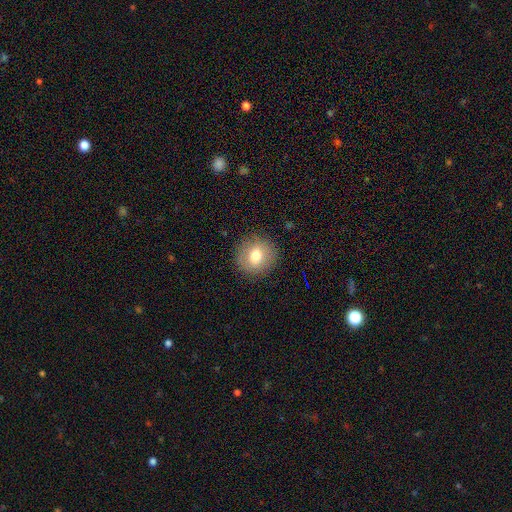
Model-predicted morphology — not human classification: Smooth or featured? Predicted: smooth (p=0.70). How rounded? Predicted: round (p=0.86). Merging? Predicted: none (p=0.88).